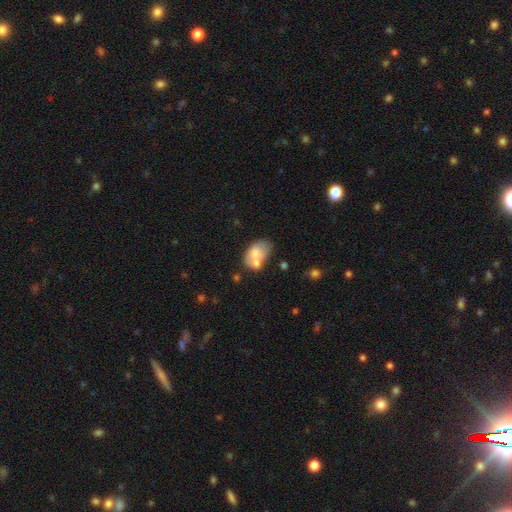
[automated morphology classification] Overall: smooth (62%; featured or disk 30%). How rounded: in between (86%). Merging: merger (39%; none 28%).